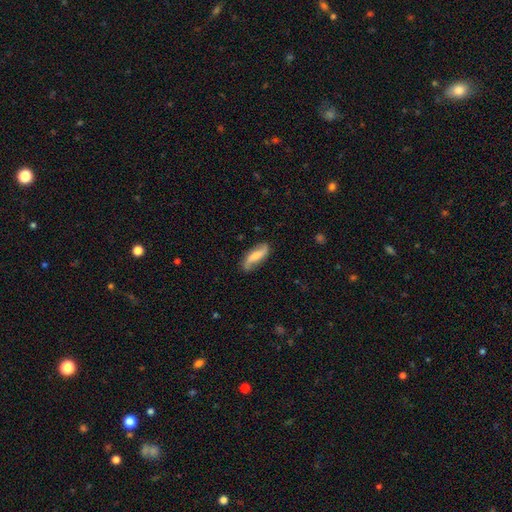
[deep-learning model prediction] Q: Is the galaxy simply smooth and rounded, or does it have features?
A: featured or disk — 61%.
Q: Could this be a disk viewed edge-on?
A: no — 87%.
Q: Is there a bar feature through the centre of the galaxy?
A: no — 39%.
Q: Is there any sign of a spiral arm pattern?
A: yes — 92%.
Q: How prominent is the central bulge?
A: moderate — 41%.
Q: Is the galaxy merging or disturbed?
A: none — 77%.